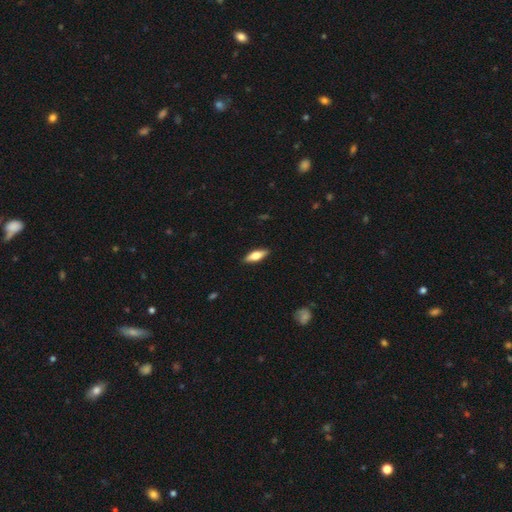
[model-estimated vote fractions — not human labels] Q: Smooth or featured?
A: smooth (62%); runner-up: featured or disk (32%)
Q: How rounded?
A: in between (60%); runner-up: cigar-shaped (38%)
Q: Merging?
A: none (88%); runner-up: minor disturbance (9%)